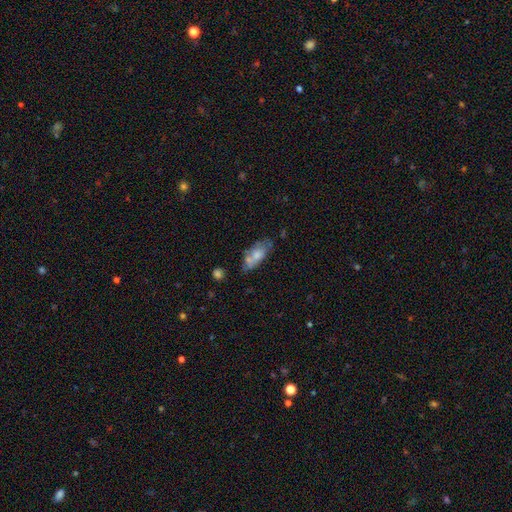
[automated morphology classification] type=smooth (65%); roundness=in between (81%); merging=none (45%).